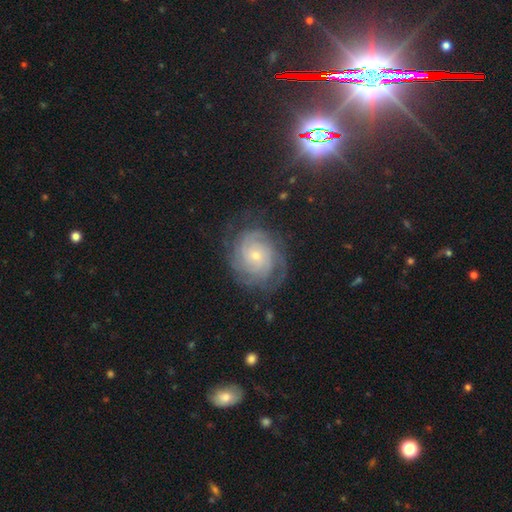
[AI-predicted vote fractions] This appears to be a featured or disk galaxy (80%) with no bar (79%), tight (73%) spiral arms (95%) and a small central bulge (75%). Merging: none (73%).